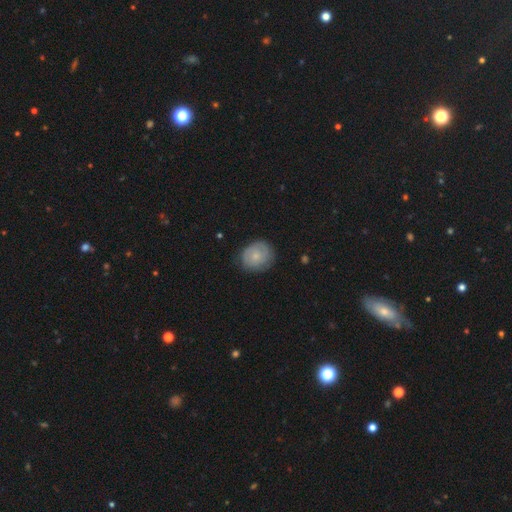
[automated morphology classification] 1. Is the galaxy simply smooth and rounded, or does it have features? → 65% smooth, 28% featured or disk, 7% star or artifact.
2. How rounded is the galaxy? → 73% round, 26% in between, 1% cigar-shaped.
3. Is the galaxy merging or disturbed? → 77% none, 18% minor disturbance, 4% major disturbance, 1% merger.